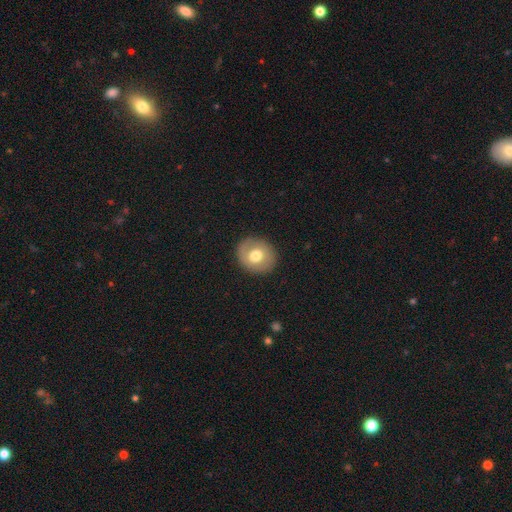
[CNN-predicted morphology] This appears to be a smooth galaxy with no disk features (65%) that is round (75%). Merging: none (88%).